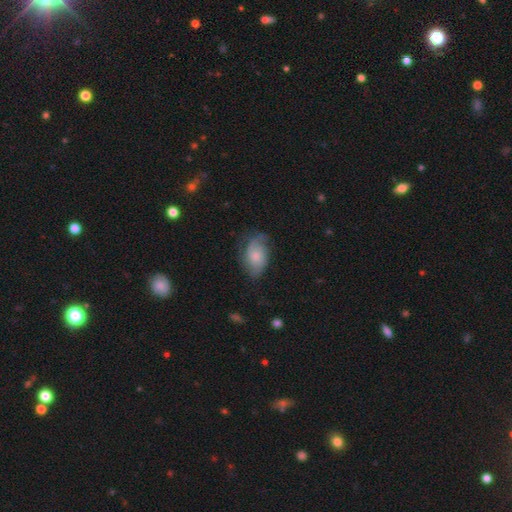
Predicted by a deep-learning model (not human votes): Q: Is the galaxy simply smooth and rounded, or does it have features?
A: smooth — 48%.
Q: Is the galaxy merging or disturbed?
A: none — 55%.